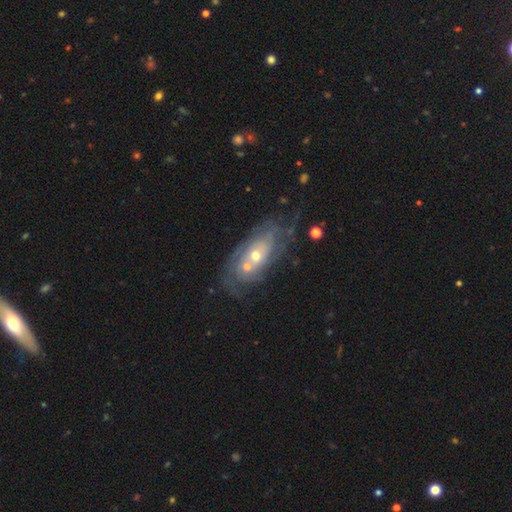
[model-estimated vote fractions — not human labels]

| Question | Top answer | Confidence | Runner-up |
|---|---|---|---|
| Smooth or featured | featured or disk | 68% | smooth (24%) |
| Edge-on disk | no | 91% | yes (9%) |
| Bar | no | 85% | weak (12%) |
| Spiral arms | yes | 65% | no (35%) |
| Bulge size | moderate | 52% | small (42%) |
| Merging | none | 40% | merger (24%) |